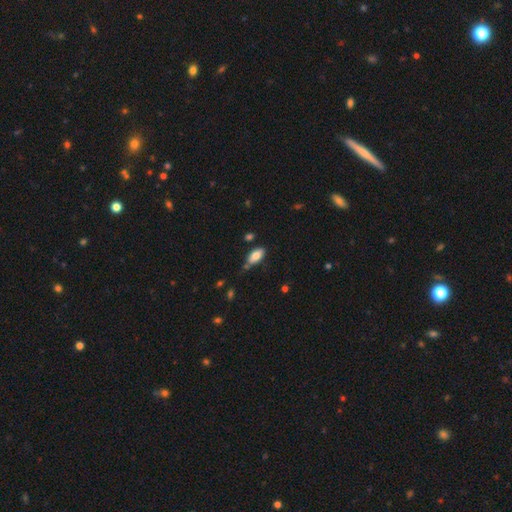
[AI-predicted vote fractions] A smooth galaxy with no disk features (79%) that is in between round and cigar-shaped (89%).

Vote fractions:
- Smooth or featured? smooth: 79% / featured or disk: 14% / star or artifact: 7%
- How rounded? in between: 89% / cigar-shaped: 8% / round: 2%
- Merging? none: 61% / minor disturbance: 26% / merger: 7% / major disturbance: 6%